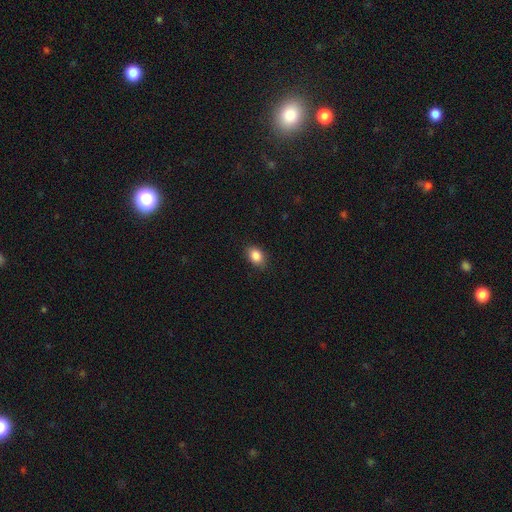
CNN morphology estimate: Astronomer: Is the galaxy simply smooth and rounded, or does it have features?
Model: smooth — 87%.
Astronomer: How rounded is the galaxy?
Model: in between — 79%.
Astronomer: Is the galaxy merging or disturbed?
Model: none — 85%.